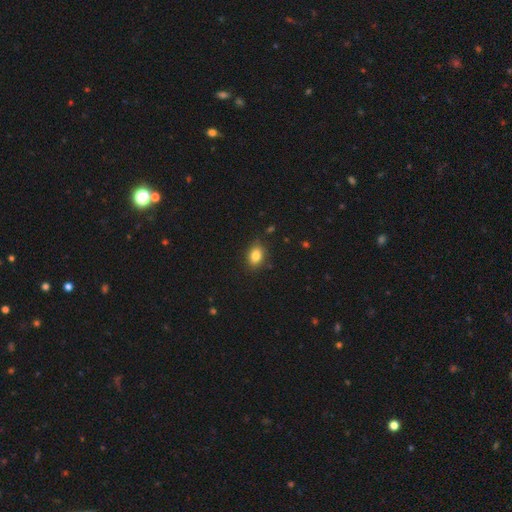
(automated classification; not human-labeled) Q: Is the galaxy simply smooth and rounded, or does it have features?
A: smooth — 84%.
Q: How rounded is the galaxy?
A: in between — 79%.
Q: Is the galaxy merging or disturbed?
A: none — 84%.